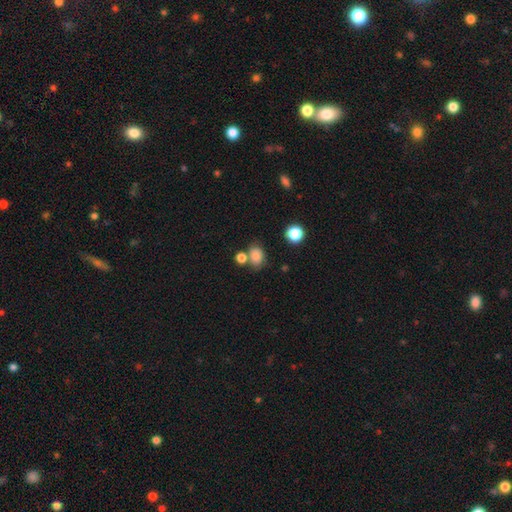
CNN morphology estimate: A smooth galaxy with no disk features (82%) that is in between round and cigar-shaped (62%).

Vote fractions:
- Smooth or featured? smooth: 82% / star or artifact: 12% / featured or disk: 7%
- How rounded? in between: 62% / round: 37% / cigar-shaped: 1%
- Merging? none: 55% / merger: 24% / minor disturbance: 15% / major disturbance: 6%